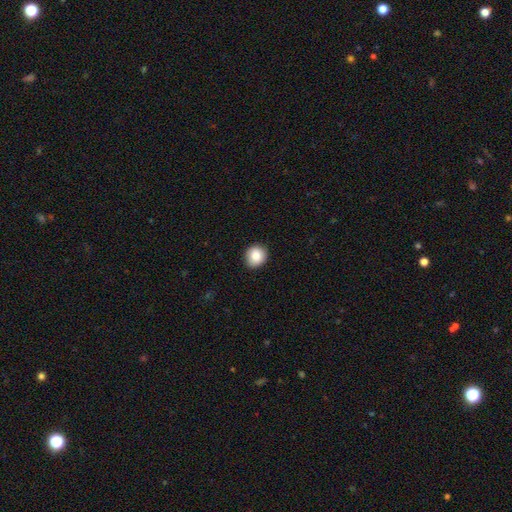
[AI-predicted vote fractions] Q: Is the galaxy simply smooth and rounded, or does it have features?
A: smooth — 86%.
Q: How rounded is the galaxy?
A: round — 83%.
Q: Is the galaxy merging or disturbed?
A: none — 90%.